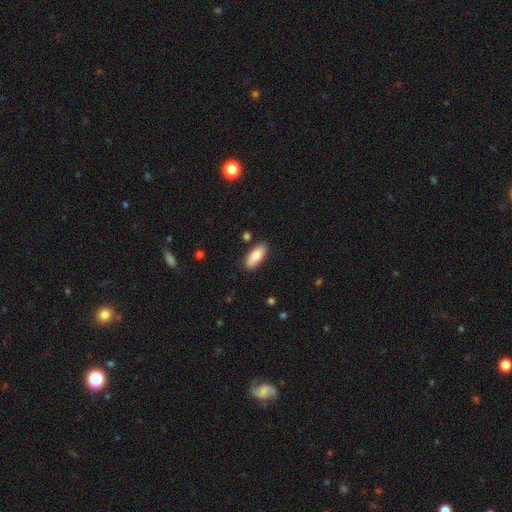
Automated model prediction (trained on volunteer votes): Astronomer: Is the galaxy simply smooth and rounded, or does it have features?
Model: smooth — 87%.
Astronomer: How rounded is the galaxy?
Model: in between — 81%.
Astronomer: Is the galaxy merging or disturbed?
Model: none — 86%.